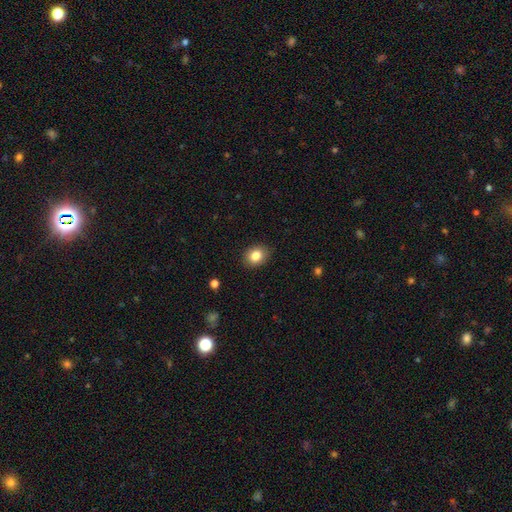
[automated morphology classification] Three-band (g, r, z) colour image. It shows a smooth galaxy with no disk features (84%) that is in between round and cigar-shaped (50%). Merging: none (88%).